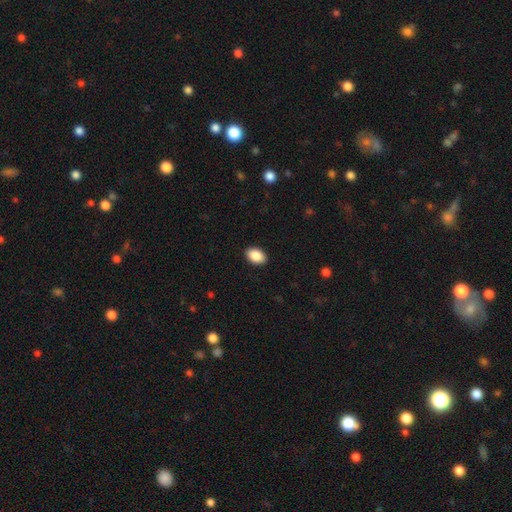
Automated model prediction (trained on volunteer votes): Morphology: type=smooth (89%); roundness=in between (89%); merging=none (90%).